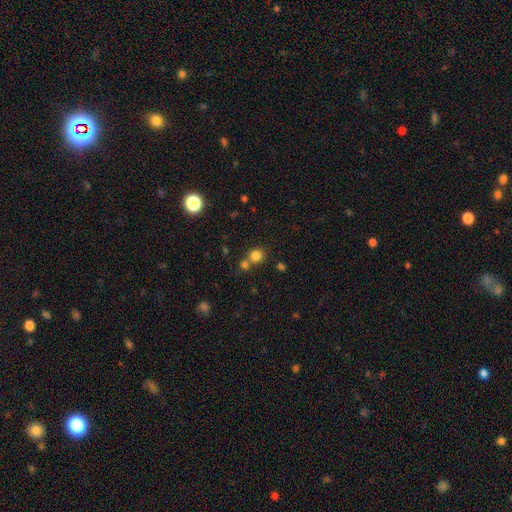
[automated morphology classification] Q: Smooth or featured?
A: smooth (79%); runner-up: star or artifact (15%)
Q: How rounded?
A: round (86%); runner-up: in between (13%)
Q: Merging?
A: none (61%); runner-up: merger (29%)